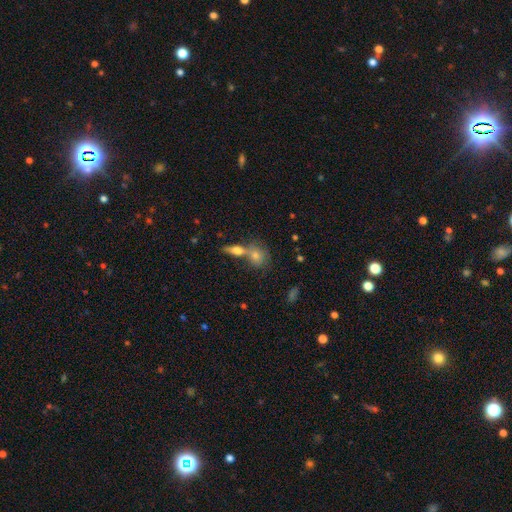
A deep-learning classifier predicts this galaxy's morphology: Smooth or featured?
  - smooth: 67% *
  - featured or disk: 23%
  - star or artifact: 10%
How rounded?
  - round: 47% *
  - in between: 45%
  - cigar-shaped: 8%
Merging?
  - none: 45% *
  - merger: 41%
  - minor disturbance: 10%
  - major disturbance: 4%